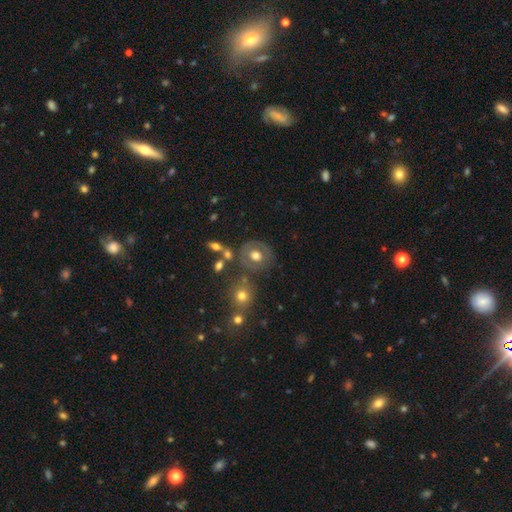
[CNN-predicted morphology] Q: Smooth or featured?
A: smooth (51%); runner-up: featured or disk (39%)
Q: How rounded?
A: round (77%); runner-up: in between (22%)
Q: Merging?
A: none (70%); runner-up: minor disturbance (15%)